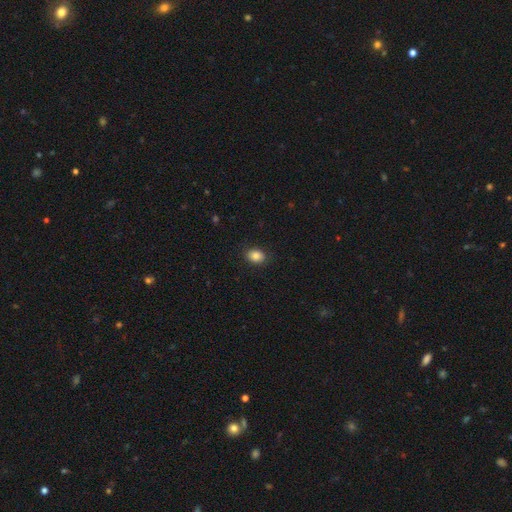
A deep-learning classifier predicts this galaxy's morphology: This is clearly a smooth galaxy (86%). How rounded: likely in between (71%). Merging: clearly none (87%).